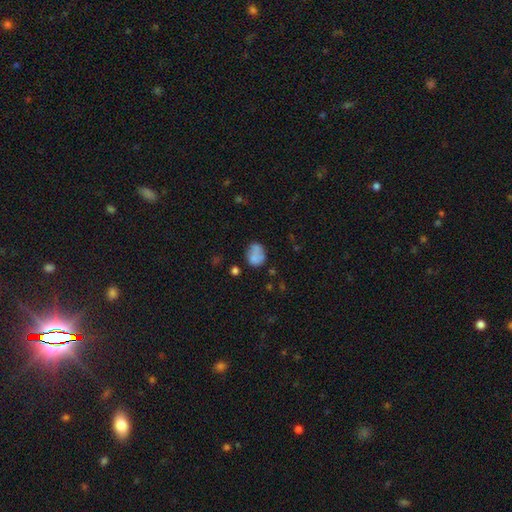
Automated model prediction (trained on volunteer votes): The model was most divided on "how rounded": round: 57%, in between: 42%, cigar-shaped: 1%. Remaining: smooth or featured — smooth (71%); merging — none (50%).